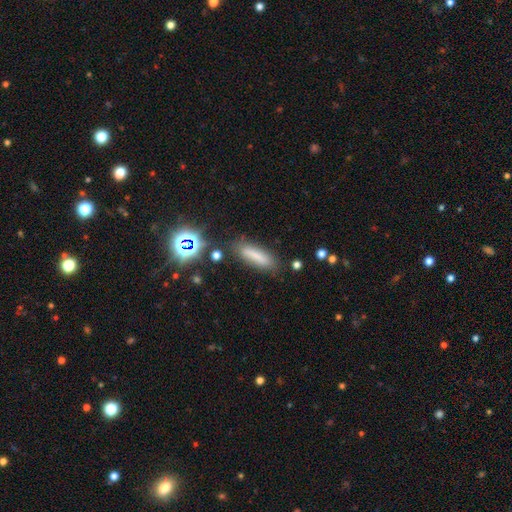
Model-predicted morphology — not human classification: This appears to be a smooth galaxy with no disk features (73%) that is cigar-shaped (67%). Merging: none (78%).